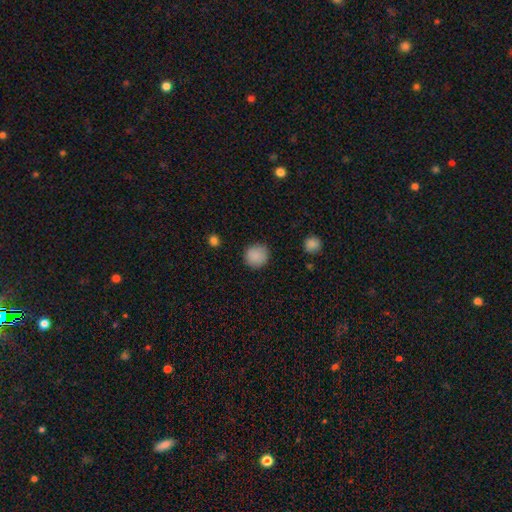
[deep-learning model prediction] Smooth or featured?
  - smooth: 88% *
  - star or artifact: 9%
  - featured or disk: 3%
How rounded?
  - round: 92% *
  - in between: 7%
  - cigar-shaped: 1%
Merging?
  - none: 89% *
  - minor disturbance: 8%
  - major disturbance: 2%
  - merger: 1%